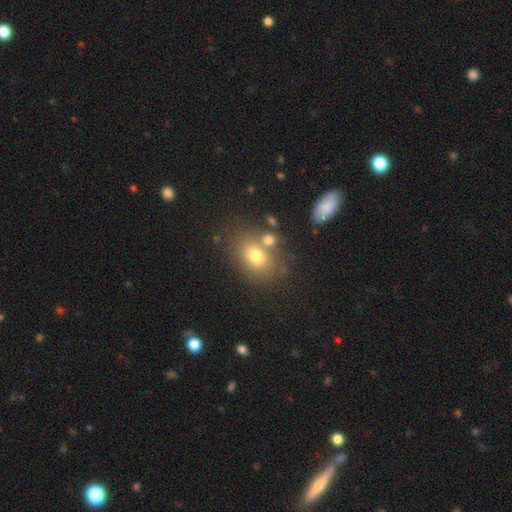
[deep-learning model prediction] Morphology: type=smooth (73%); roundness=in between (69%); merging=none (63%).